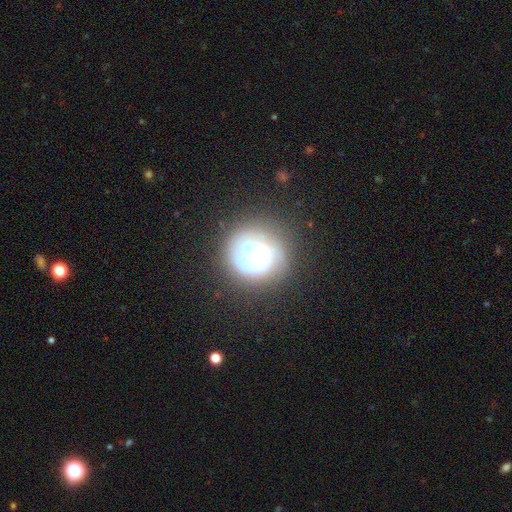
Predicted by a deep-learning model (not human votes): smooth-or-featured: featured or disk: 49% | smooth: 38% | star or artifact: 12%
  merging: none: 59% | minor disturbance: 20% | major disturbance: 16% | merger: 5%